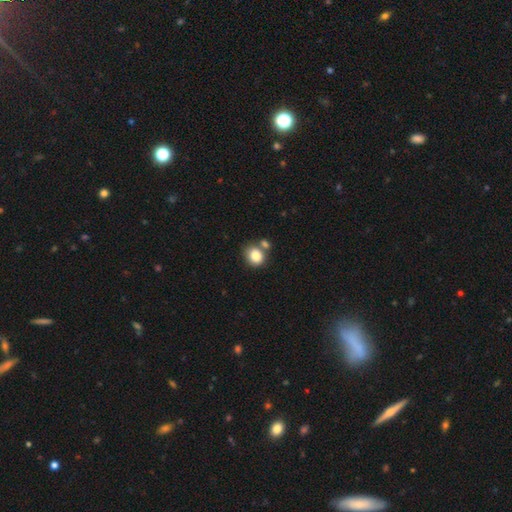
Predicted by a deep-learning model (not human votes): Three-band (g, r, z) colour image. It shows a smooth galaxy with no disk features (85%) that is round (60%). Merging: none (56%).